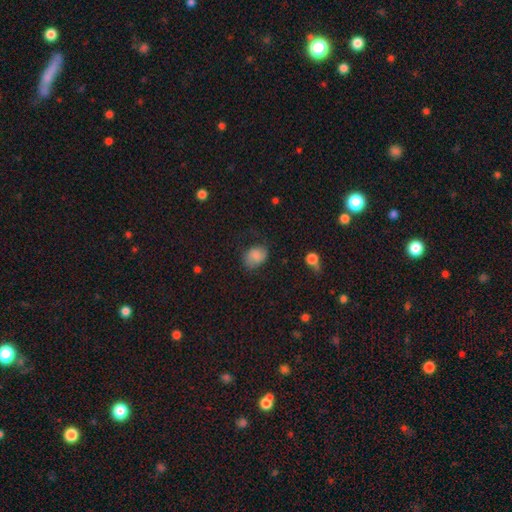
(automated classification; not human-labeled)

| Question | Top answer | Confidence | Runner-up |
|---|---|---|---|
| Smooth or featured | smooth | 75% | featured or disk (15%) |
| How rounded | in between | 68% | round (31%) |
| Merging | none | 63% | minor disturbance (25%) |